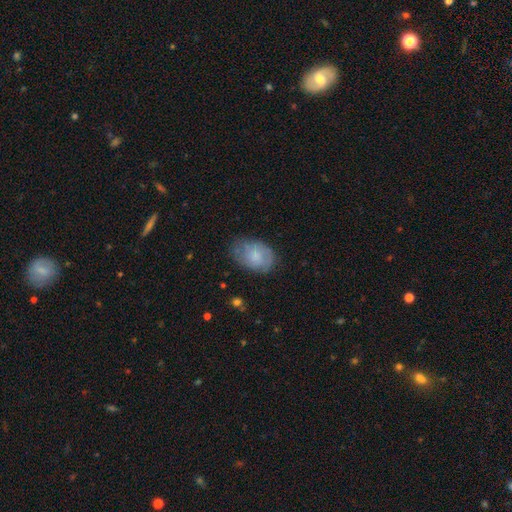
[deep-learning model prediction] A smooth galaxy with no disk features (62%) that is in between round and cigar-shaped (83%). Merging: none (64%).